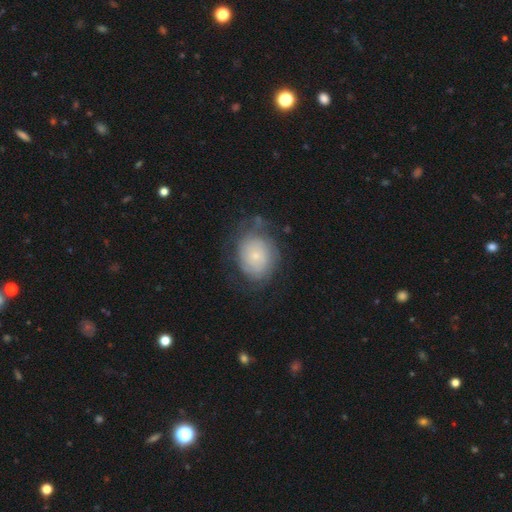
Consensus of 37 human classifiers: Smooth or featured? 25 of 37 (68%) said featured or disk. Edge-on disk? 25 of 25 (100%) said no. Bar? 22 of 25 (88%) said no. Spiral arms? 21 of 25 (84%) said yes. Spiral winding? 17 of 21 (81%) said tight. Spiral arm count? 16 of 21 (76%) said can't tell. Bulge size? 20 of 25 (80%) said small. Merging? 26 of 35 (74%) said none.